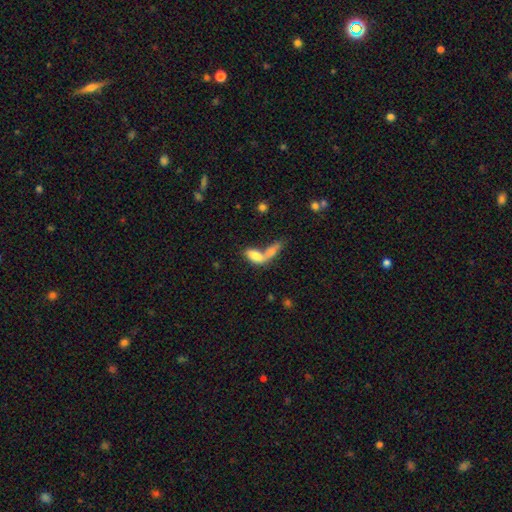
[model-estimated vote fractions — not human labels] Morphology: type=smooth (76%); roundness=in between (80%); merging=merger (70%).